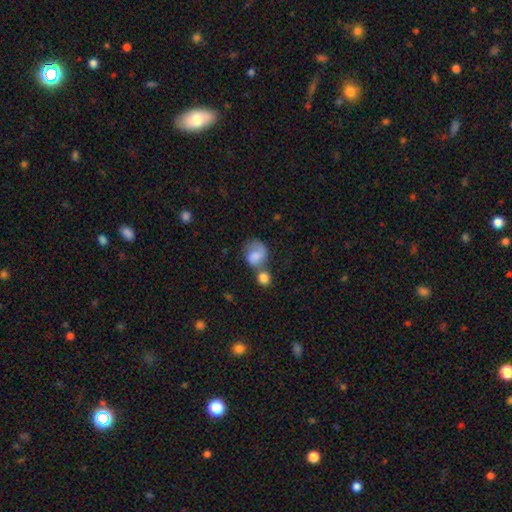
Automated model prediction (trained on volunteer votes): Smooth or featured?
  - smooth: 65% *
  - featured or disk: 26%
  - star or artifact: 9%
How rounded?
  - round: 61% *
  - in between: 38%
  - cigar-shaped: 1%
Merging?
  - merger: 37% *
  - none: 32%
  - minor disturbance: 18%
  - major disturbance: 14%